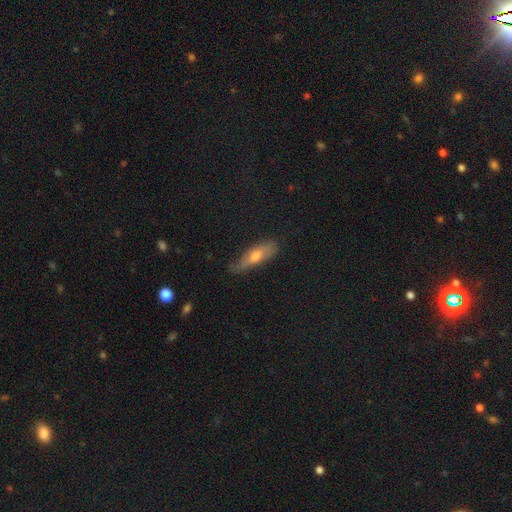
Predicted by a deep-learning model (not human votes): smooth-or-featured: smooth: 54% | featured or disk: 37% | star or artifact: 8%
  how-rounded: cigar-shaped: 54% | in between: 43% | round: 3%
  merging: none: 63% | minor disturbance: 28% | major disturbance: 7% | merger: 2%